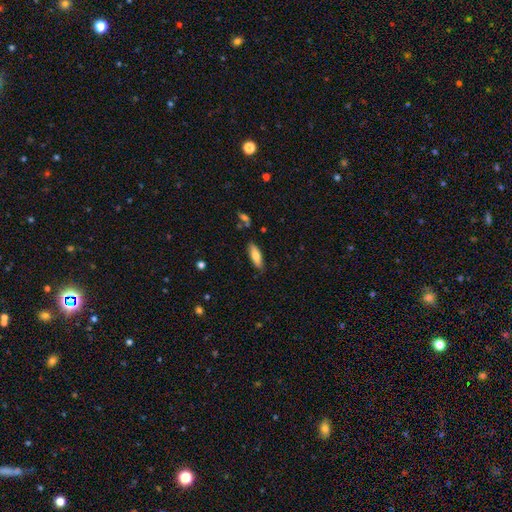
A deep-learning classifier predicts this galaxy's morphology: Smooth or featured? smooth (73%)
How rounded? in between (55%)
Merging? none (83%)